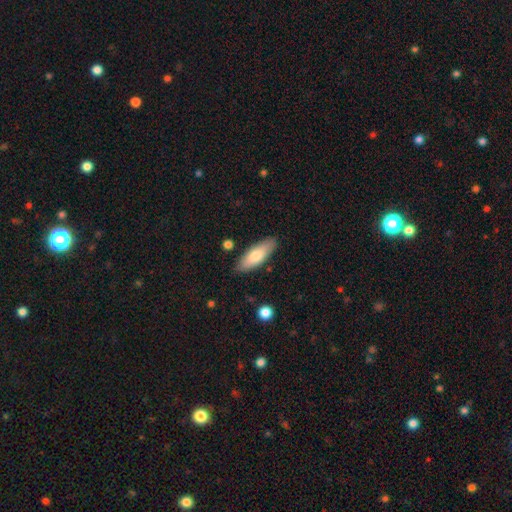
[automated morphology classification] Smooth or featured? smooth (74%)
How rounded? in between (62%)
Merging? none (85%)